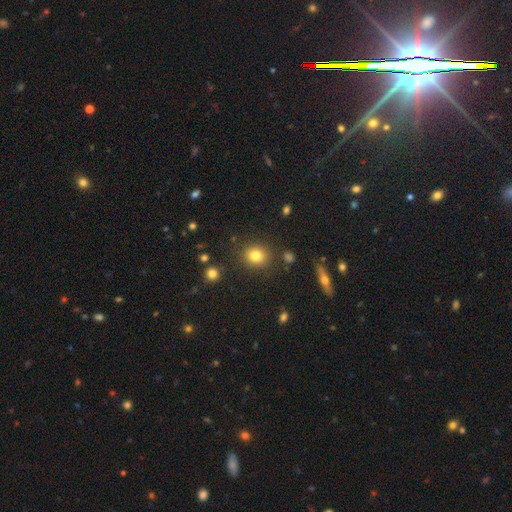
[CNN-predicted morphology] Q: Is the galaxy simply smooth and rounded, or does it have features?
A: smooth — 80%.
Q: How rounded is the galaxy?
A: round — 78%.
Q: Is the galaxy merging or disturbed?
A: none — 85%.